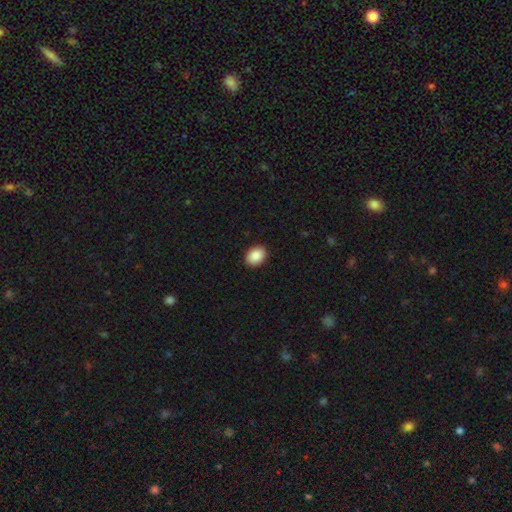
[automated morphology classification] Smooth or featured: smooth — 89% (star or artifact — 7%)
How rounded: in between — 68% (round — 32%)
Merging: none — 91% (minor disturbance — 7%)